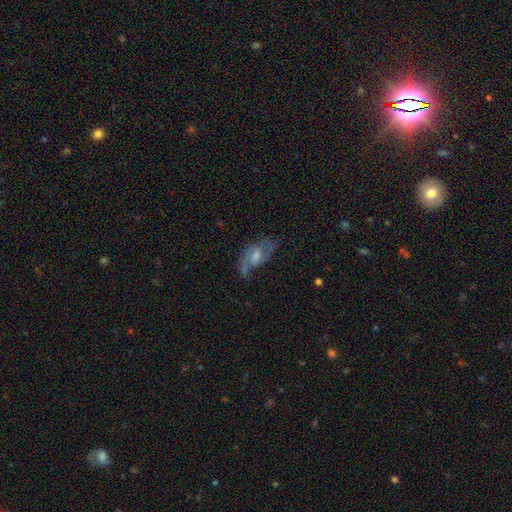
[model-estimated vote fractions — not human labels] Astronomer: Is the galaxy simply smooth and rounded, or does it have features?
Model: featured or disk — 76%.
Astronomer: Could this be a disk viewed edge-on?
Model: no — 95%.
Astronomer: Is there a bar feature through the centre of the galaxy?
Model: weak — 56%.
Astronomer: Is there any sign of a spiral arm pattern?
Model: yes — 91%.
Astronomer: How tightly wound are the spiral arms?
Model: medium — 46% (runner-up: loose, 39%).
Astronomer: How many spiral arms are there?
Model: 2 — 81%.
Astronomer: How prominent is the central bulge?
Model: moderate — 42% (runner-up: small, 33%).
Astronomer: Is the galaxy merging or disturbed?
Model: none — 58%.